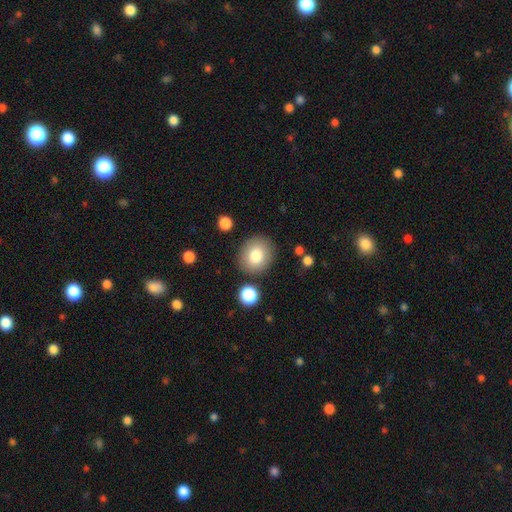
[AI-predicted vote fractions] Morphology: type=smooth (81%); roundness=round (79%); merging=none (84%).